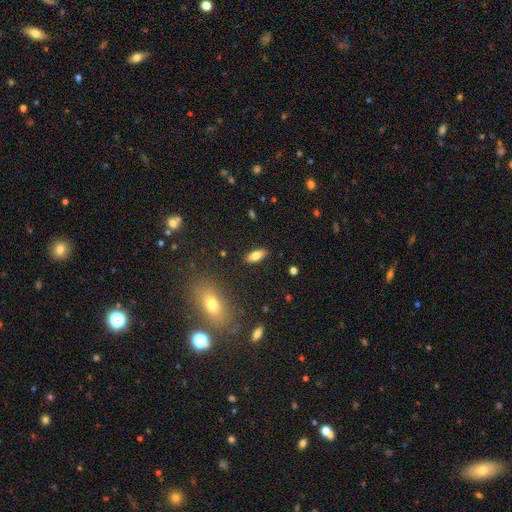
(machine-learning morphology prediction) smooth-or-featured: smooth: 77% | featured or disk: 15% | star or artifact: 8%
  how-rounded: in between: 79% | cigar-shaped: 19% | round: 3%
  merging: none: 87% | minor disturbance: 9% | major disturbance: 2% | merger: 1%